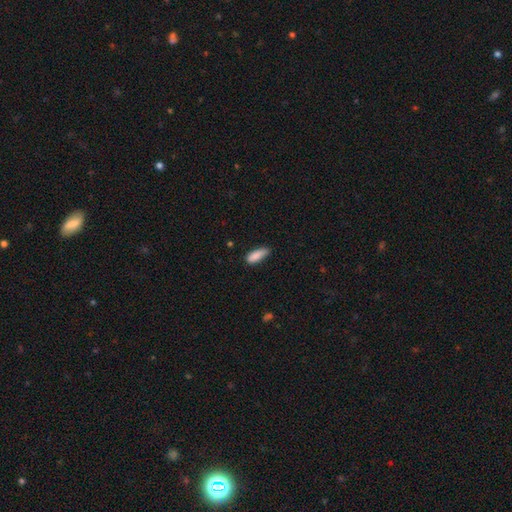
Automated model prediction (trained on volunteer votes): A smooth galaxy with no disk features (87%) that is in between round and cigar-shaped (68%). Merging: none (62%).